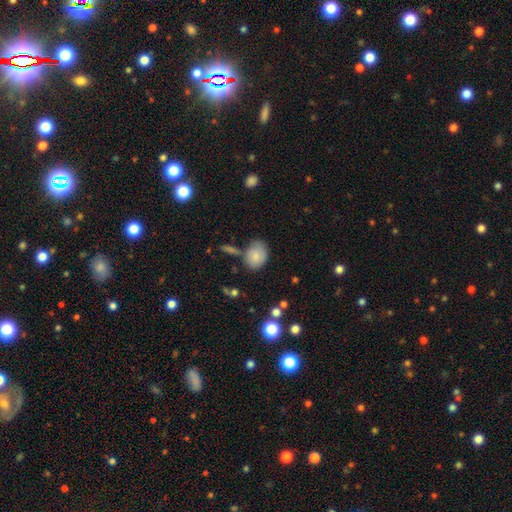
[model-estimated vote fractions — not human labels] This is likely a smooth galaxy (79%). How rounded: likely in between (67%). Merging: possibly none (57%).